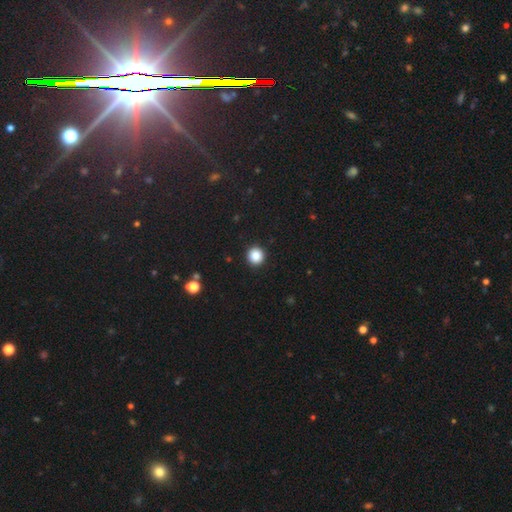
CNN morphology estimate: smooth_or_featured: smooth (p=0.86) [alt: star or artifact p=0.10]
how_rounded: round (p=0.95) [alt: in between p=0.04]
merging: none (p=0.93) [alt: minor disturbance p=0.04]